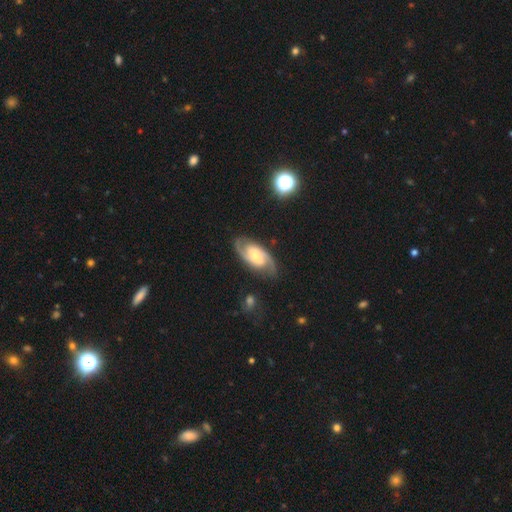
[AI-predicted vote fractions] Smooth or featured?
  - featured or disk: 85% *
  - smooth: 10%
  - star or artifact: 5%
Edge-on disk?
  - no: 96% *
  - yes: 4%
Bar?
  - weak: 45% *
  - strong: 28%
  - no: 27%
Spiral arms?
  - yes: 97% *
  - no: 3%
Spiral winding?
  - medium: 51% *
  - tight: 36%
  - loose: 13%
Spiral arm count?
  - 2: 92% *
  - can't tell: 3%
  - 3: 2%
  - 1: 1%
  - 4: 1%
  - more than 4: 1%
Bulge size?
  - moderate: 39% *
  - small: 37%
  - large: 12%
  - none: 10%
  - dominant: 2%
Merging?
  - none: 82% *
  - minor disturbance: 12%
  - major disturbance: 4%
  - merger: 2%